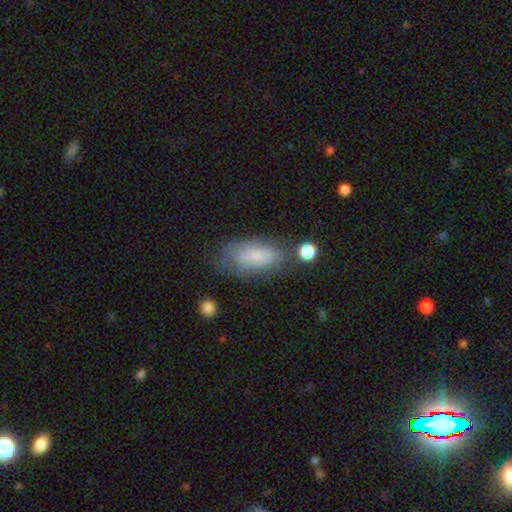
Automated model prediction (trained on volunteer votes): Smooth or featured?
  - smooth: 67% *
  - featured or disk: 24%
  - star or artifact: 8%
How rounded?
  - in between: 89% *
  - cigar-shaped: 7%
  - round: 4%
Merging?
  - none: 56% *
  - minor disturbance: 26%
  - major disturbance: 12%
  - merger: 6%